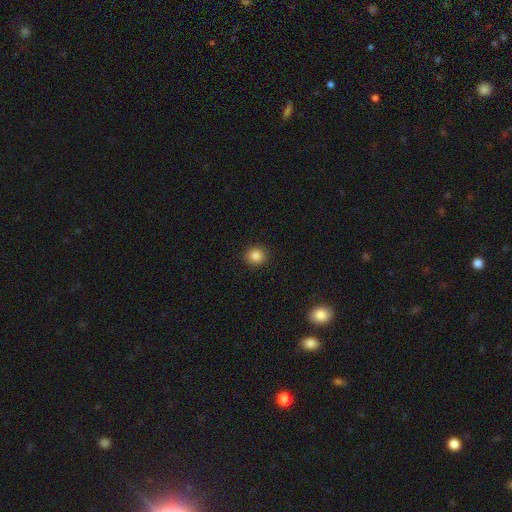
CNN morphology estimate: This appears to be a smooth galaxy with no disk features (85%) that is round (87%). Merging: none (92%).